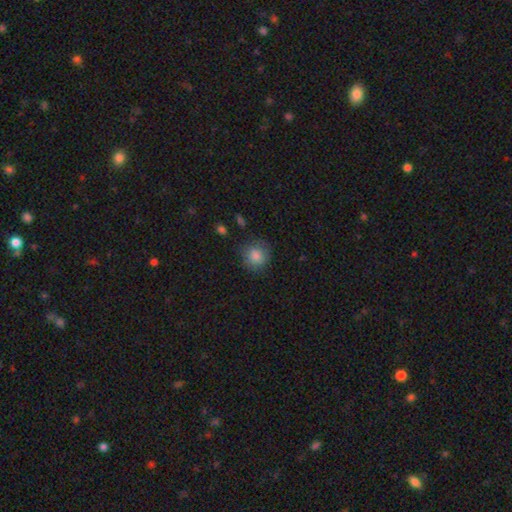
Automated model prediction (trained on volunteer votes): Q: Smooth or featured?
A: smooth (84%); runner-up: star or artifact (9%)
Q: How rounded?
A: round (87%); runner-up: in between (12%)
Q: Merging?
A: none (78%); runner-up: minor disturbance (16%)